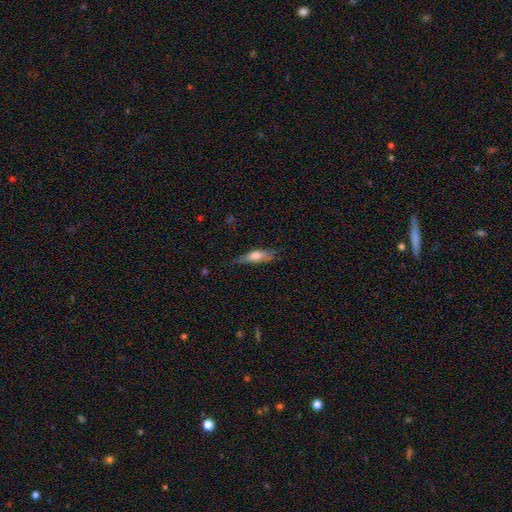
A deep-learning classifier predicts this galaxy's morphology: Overall: smooth (66%; featured or disk 27%). How rounded: cigar-shaped (52%; in between 45%). Merging: none (56%; minor disturbance 32%).